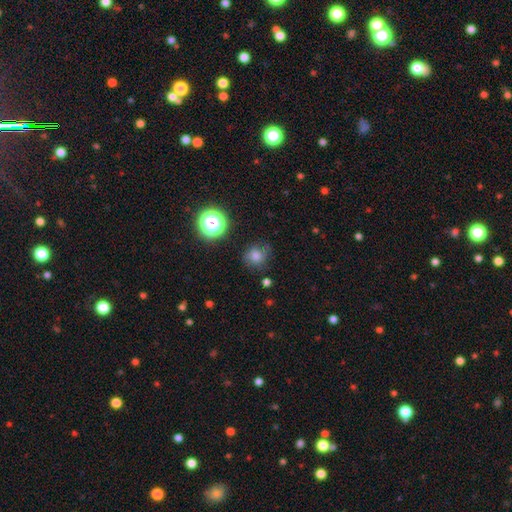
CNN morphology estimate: The model was most divided on "merging": none: 72%, minor disturbance: 19%, major disturbance: 6%, merger: 2%. More confident: how rounded — round (84%); smooth or featured — smooth (72%).